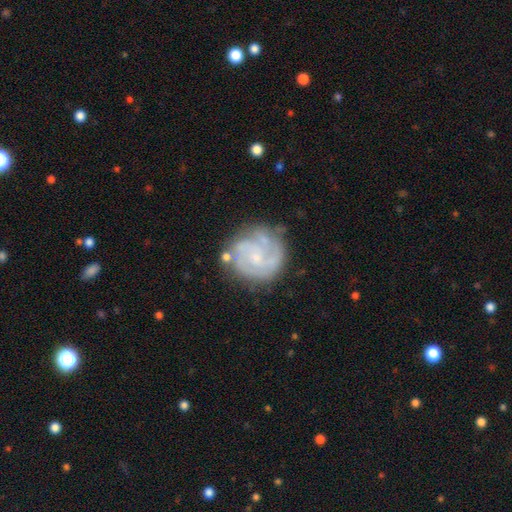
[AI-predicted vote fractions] Q: Smooth or featured?
A: featured or disk (83%); runner-up: smooth (11%)
Q: Edge-on disk?
A: no (98%); runner-up: yes (2%)
Q: Bar?
A: no (64%); runner-up: weak (31%)
Q: Spiral arms?
A: yes (94%); runner-up: no (6%)
Q: Spiral winding?
A: tight (56%); runner-up: medium (36%)
Q: Spiral arm count?
A: 2 (36%); runner-up: 3 (30%)
Q: Bulge size?
A: small (67%); runner-up: moderate (21%)
Q: Merging?
A: none (72%); runner-up: minor disturbance (17%)